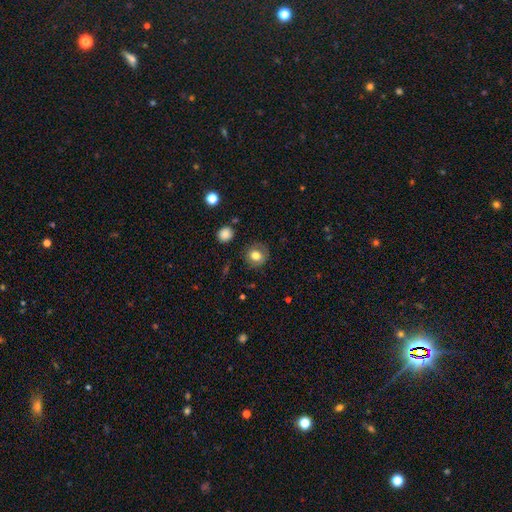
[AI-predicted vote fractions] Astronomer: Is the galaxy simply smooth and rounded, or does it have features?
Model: smooth — 77%.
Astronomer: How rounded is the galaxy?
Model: round — 86%.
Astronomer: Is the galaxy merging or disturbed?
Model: none — 85%.